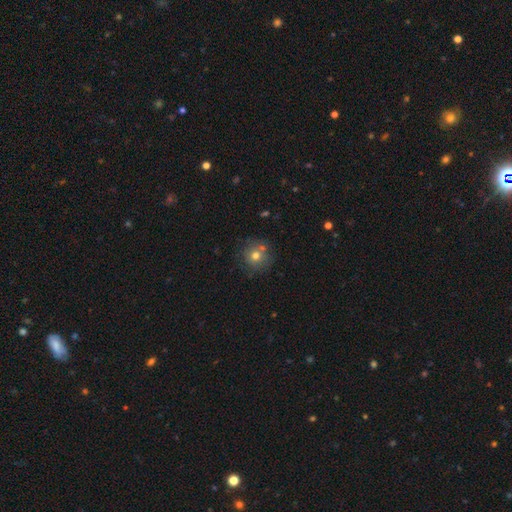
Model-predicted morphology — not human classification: Smooth or featured? Predicted: smooth (p=0.72). How rounded? Predicted: round (p=0.92). Merging? Predicted: none (p=0.73).